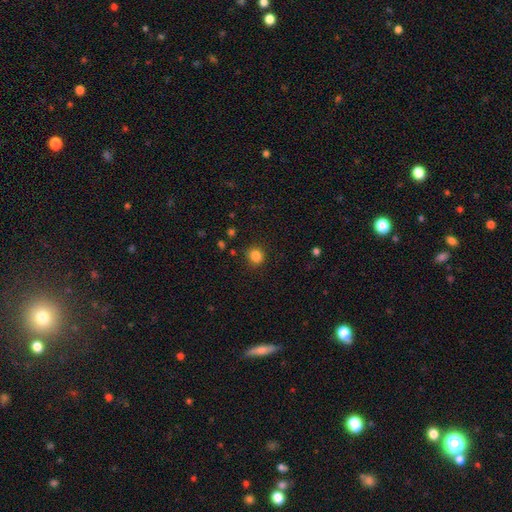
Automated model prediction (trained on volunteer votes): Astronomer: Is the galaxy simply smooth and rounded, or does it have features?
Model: smooth — 85%.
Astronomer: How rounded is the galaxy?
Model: round — 82%.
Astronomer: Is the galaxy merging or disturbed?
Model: none — 87%.